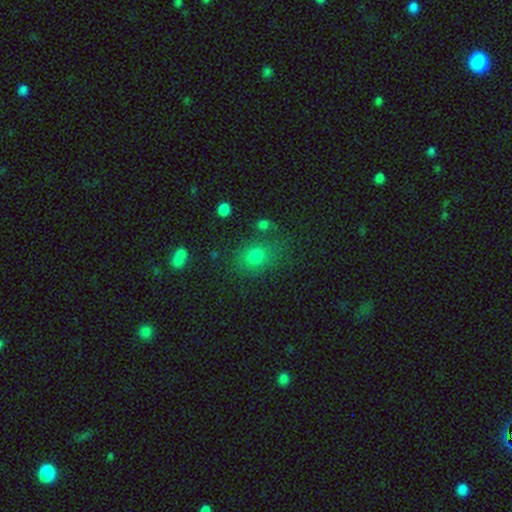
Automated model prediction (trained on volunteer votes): Smooth or featured: smooth — 76% (star or artifact — 15%)
How rounded: round — 53% (in between — 46%)
Merging: none — 69% (minor disturbance — 17%)